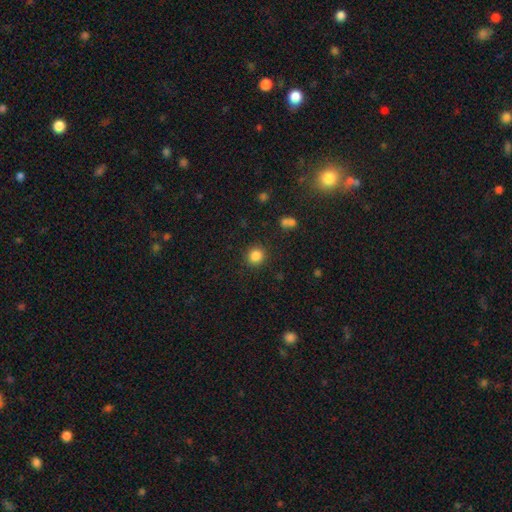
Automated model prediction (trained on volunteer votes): smooth 85%, star or artifact 11%, featured or disk 4%. Down the decision tree: how rounded — round (89%); merging — none (89%).